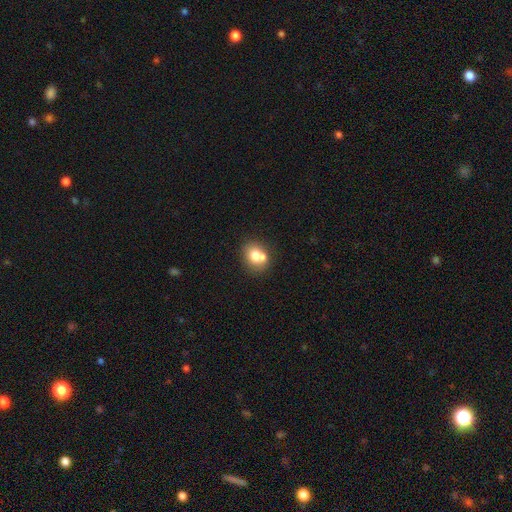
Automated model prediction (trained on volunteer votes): The model was most divided on "merging": none: 47%, merger: 38%, minor disturbance: 11%, major disturbance: 4%. More confident: smooth or featured — smooth (71%); how rounded — round (63%).